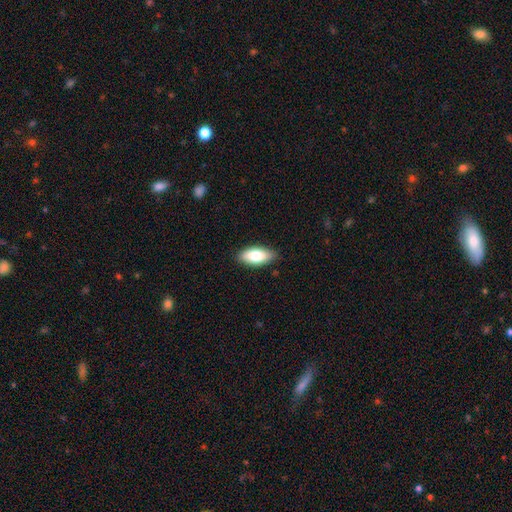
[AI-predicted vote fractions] smooth-or-featured: smooth: 79% | featured or disk: 15% | star or artifact: 6%
  how-rounded: in between: 86% | cigar-shaped: 12% | round: 2%
  merging: none: 86% | minor disturbance: 11% | major disturbance: 2% | merger: 1%